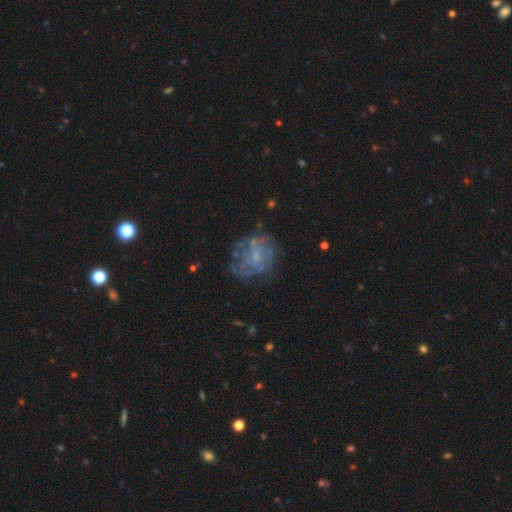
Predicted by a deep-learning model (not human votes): Q: Smooth or featured?
A: featured or disk (66%); runner-up: smooth (22%)
Q: Edge-on disk?
A: no (98%); runner-up: yes (2%)
Q: Bar?
A: no (63%); runner-up: weak (32%)
Q: Spiral arms?
A: yes (57%); runner-up: no (43%)
Q: Bulge size?
A: small (56%); runner-up: none (22%)
Q: Merging?
A: none (60%); runner-up: minor disturbance (19%)